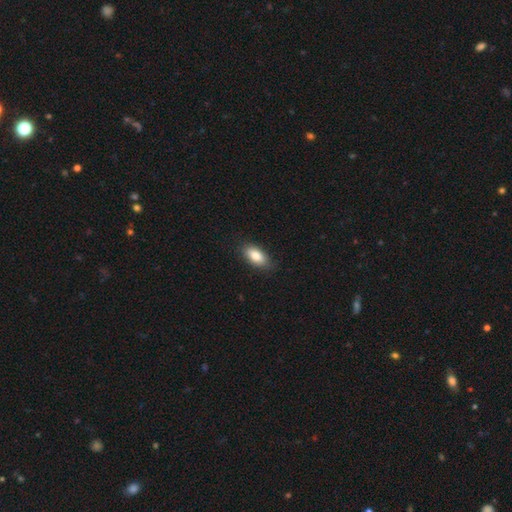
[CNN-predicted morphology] smooth 83%, featured or disk 11%, star or artifact 7%. Down the decision tree: how rounded — in between (89%); merging — none (83%).